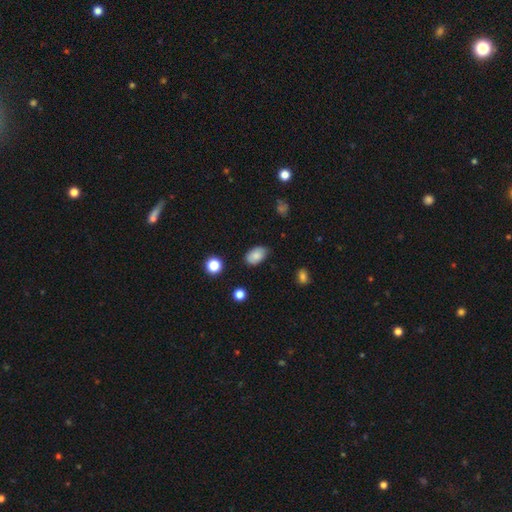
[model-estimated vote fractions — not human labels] A smooth galaxy with no disk features (83%) that is in between round and cigar-shaped (90%). Merging: none (81%).